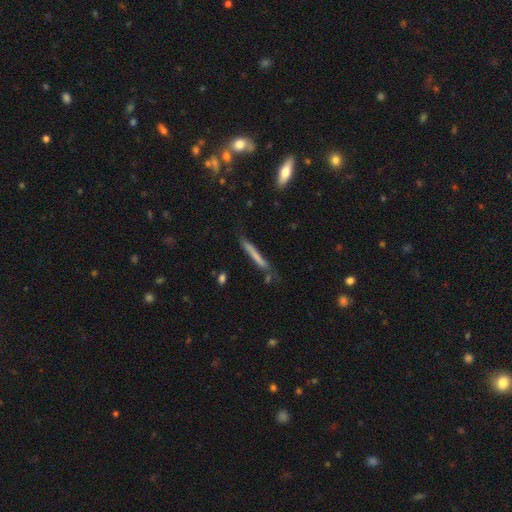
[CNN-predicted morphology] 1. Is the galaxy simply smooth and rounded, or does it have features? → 61% smooth, 31% featured or disk, 7% star or artifact.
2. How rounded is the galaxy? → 96% cigar-shaped, 3% in between, 1% round.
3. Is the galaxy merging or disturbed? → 71% none, 19% minor disturbance, 5% major disturbance, 5% merger.